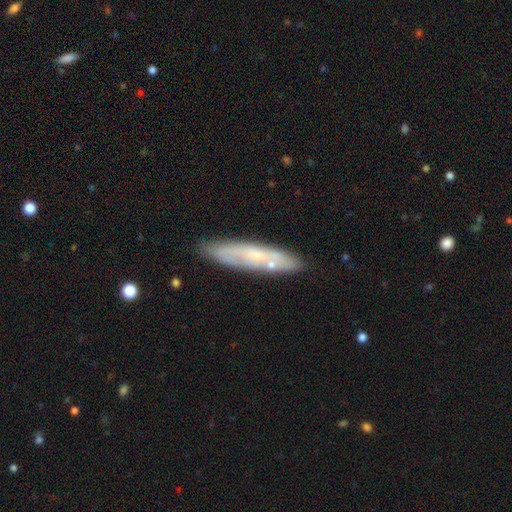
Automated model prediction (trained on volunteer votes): The model was most divided on "edge-on disk": no: 52%, yes: 48%. More confident: merging — none (79%); smooth or featured — featured or disk (51%).